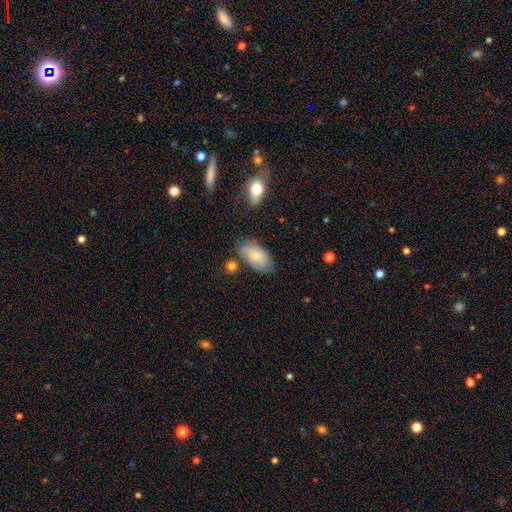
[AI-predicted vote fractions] A smooth galaxy with no disk features (71%) that is in between round and cigar-shaped (94%).

Vote fractions:
- Smooth or featured? smooth: 71% / featured or disk: 22% / star or artifact: 7%
- How rounded? in between: 94% / round: 4% / cigar-shaped: 3%
- Merging? none: 59% / minor disturbance: 27% / major disturbance: 7% / merger: 7%